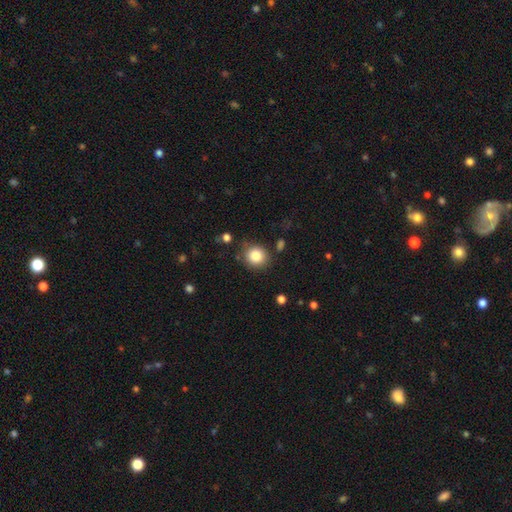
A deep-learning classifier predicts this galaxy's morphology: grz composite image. It shows a smooth galaxy with no disk features (85%) that is round (87%). Merging: none (81%).